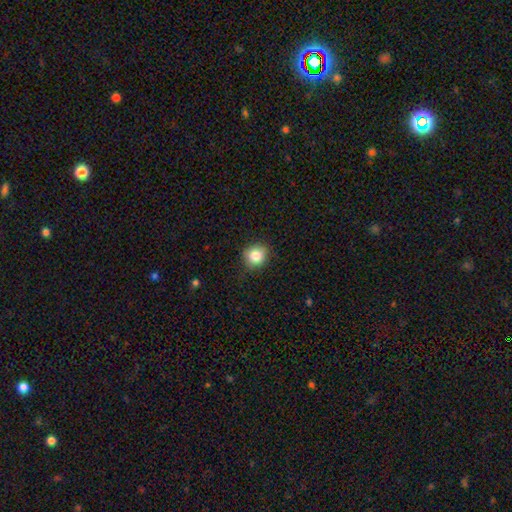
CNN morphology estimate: This appears to be a smooth galaxy with no disk features (83%) that is round (81%). Merging: none (83%).